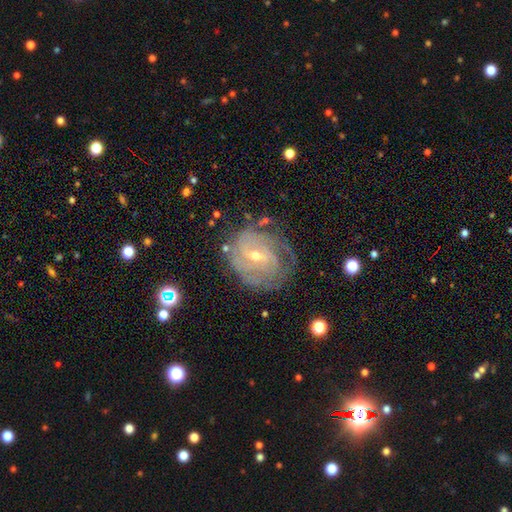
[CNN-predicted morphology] smooth-or-featured: featured or disk: 84% | smooth: 9% | star or artifact: 7%
  disk-edge-on: no: 97% | yes: 3%
    bar: weak: 54% | no: 29% | strong: 17%
    has-spiral-arms: yes: 93% | no: 7%
      spiral-winding: tight: 67% | medium: 25% | loose: 7%
      spiral-arm-count: can't tell: 43% | 2: 19% | 3: 17% | 4: 10% | 1: 5% | more than 4: 5%
    bulge-size: small: 55% | moderate: 42% | large: 1% | none: 1% | dominant: 1%
  merging: none: 61% | minor disturbance: 23% | major disturbance: 13% | merger: 2%